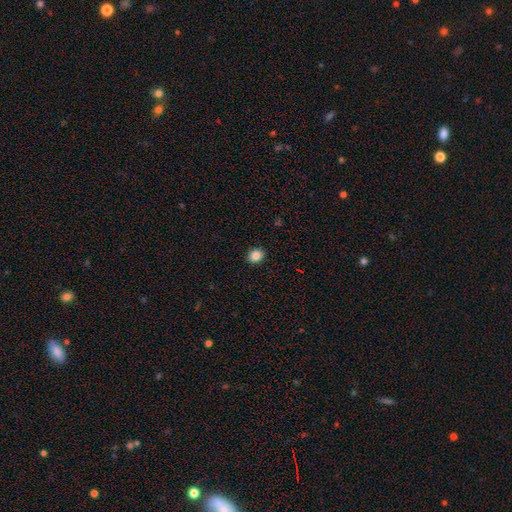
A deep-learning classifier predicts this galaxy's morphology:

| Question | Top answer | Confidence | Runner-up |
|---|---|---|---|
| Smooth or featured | smooth | 85% | star or artifact (10%) |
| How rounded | round | 64% | in between (35%) |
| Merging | none | 91% | minor disturbance (6%) |